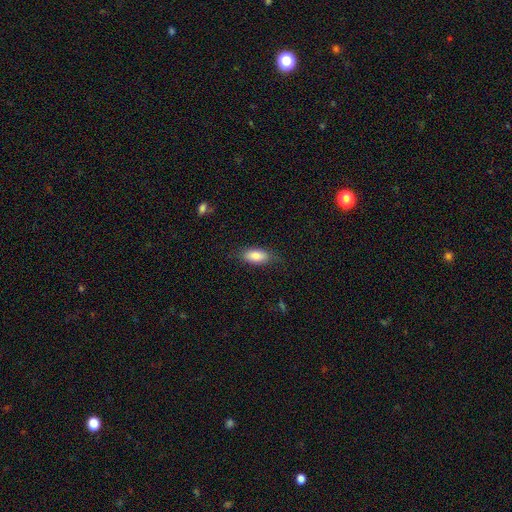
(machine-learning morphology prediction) Smooth or featured? smooth (82%)
How rounded? in between (88%)
Merging? none (76%)